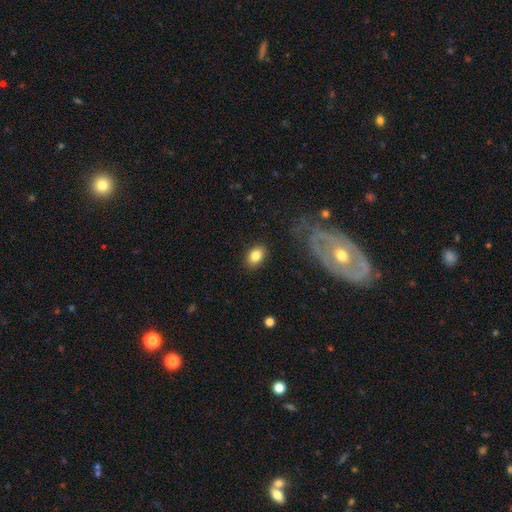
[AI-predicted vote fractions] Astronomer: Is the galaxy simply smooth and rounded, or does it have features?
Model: smooth — 83%.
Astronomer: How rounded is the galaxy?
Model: in between — 78%.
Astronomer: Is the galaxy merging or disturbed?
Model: none — 87%.